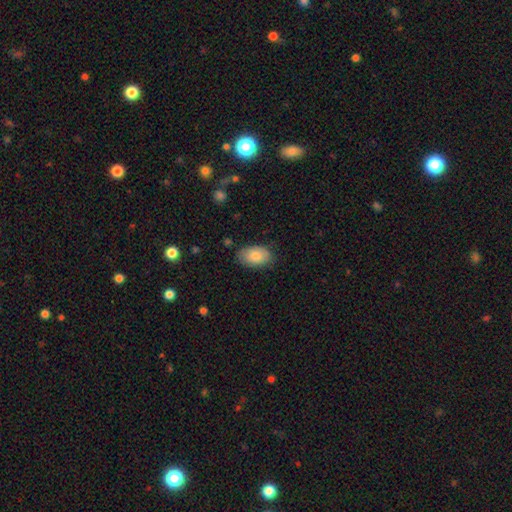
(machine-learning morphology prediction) Overall: smooth (81%). How rounded: in between (92%). Merging: none (79%).